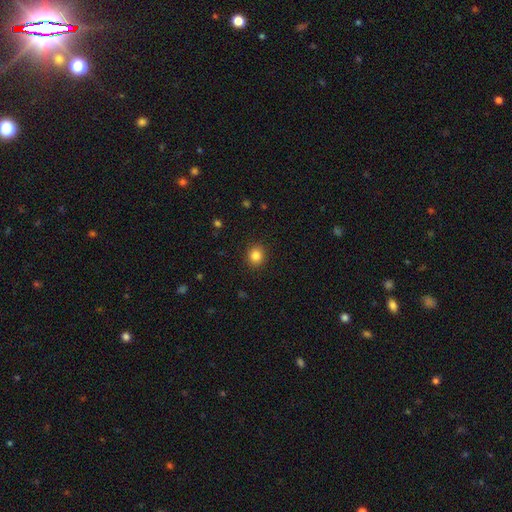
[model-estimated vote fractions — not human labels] Smooth or featured? Predicted: smooth (p=0.84). How rounded? Predicted: round (p=0.82). Merging? Predicted: none (p=0.91).